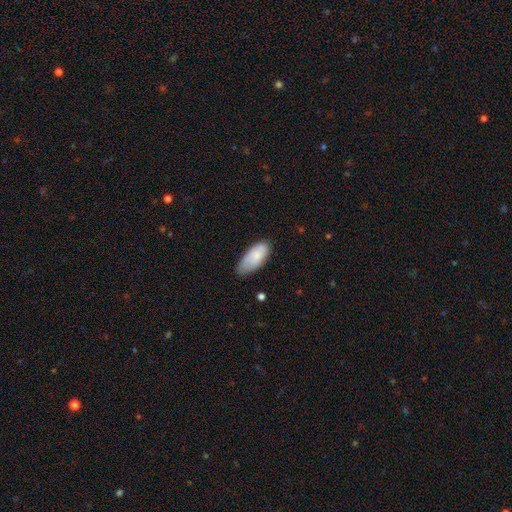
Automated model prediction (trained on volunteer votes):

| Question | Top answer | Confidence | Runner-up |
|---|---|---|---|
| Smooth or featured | smooth | 76% | featured or disk (18%) |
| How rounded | in between | 88% | cigar-shaped (10%) |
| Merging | none | 59% | minor disturbance (33%) |